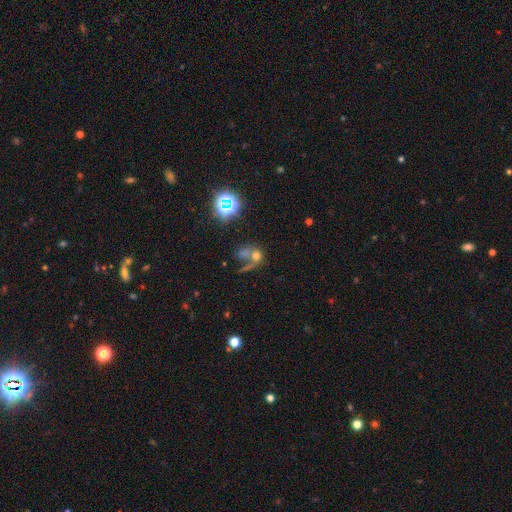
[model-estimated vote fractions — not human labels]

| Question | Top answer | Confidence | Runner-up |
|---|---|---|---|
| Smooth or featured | smooth | 47% | featured or disk (27%) |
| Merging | merger | 44% | none (24%) |